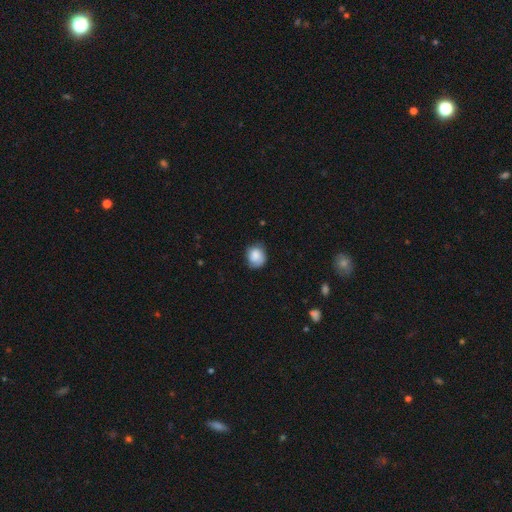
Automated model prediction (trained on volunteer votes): Smooth or featured?
  - smooth: 80% *
  - featured or disk: 12%
  - star or artifact: 7%
How rounded?
  - round: 71% *
  - in between: 28%
  - cigar-shaped: 1%
Merging?
  - none: 64% *
  - minor disturbance: 28%
  - major disturbance: 7%
  - merger: 1%